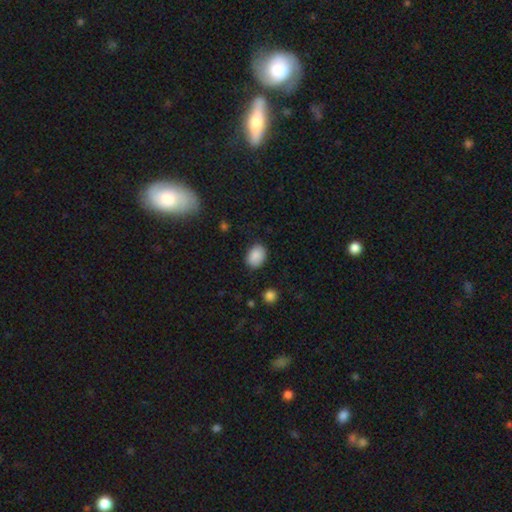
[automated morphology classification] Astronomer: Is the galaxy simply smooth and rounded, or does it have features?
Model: smooth — 88%.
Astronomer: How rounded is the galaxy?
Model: in between — 73%.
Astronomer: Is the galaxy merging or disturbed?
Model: none — 83%.